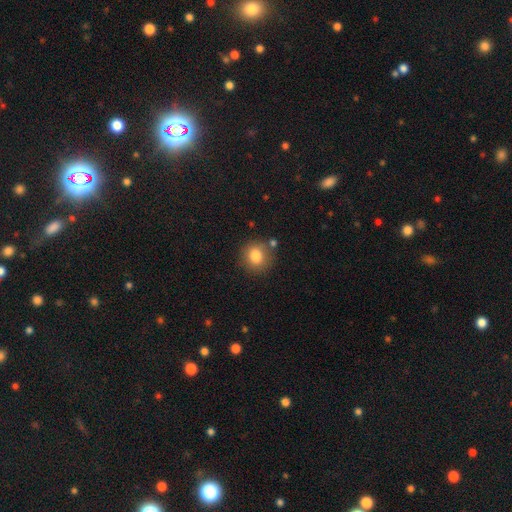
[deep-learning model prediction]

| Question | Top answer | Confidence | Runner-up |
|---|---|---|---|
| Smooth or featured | smooth | 82% | star or artifact (10%) |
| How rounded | round | 88% | in between (11%) |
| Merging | none | 82% | minor disturbance (10%) |